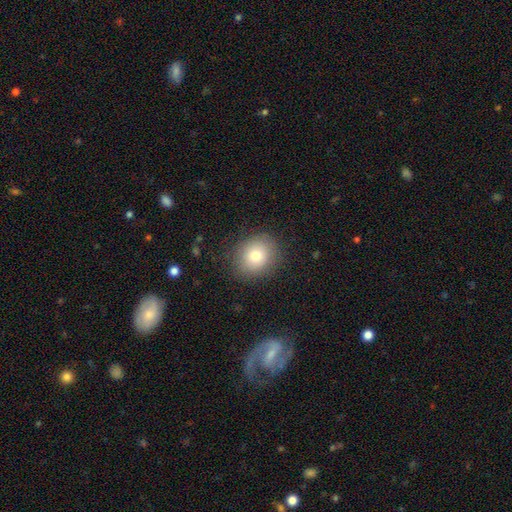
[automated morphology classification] Smooth or featured: smooth — 79% (featured or disk — 11%)
How rounded: round — 72% (in between — 27%)
Merging: none — 86% (minor disturbance — 10%)